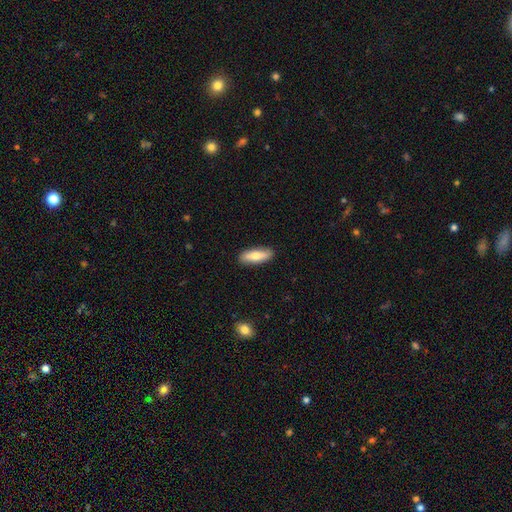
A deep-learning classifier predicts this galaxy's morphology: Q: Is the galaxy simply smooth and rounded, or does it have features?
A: smooth — 71%.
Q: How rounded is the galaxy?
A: in between — 59%.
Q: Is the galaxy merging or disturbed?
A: none — 88%.